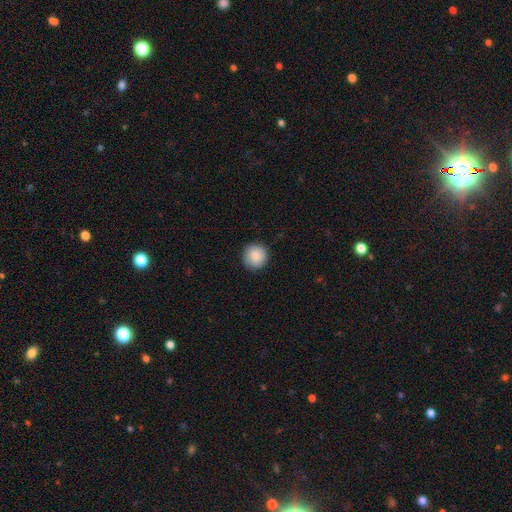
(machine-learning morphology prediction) Q: Smooth or featured?
A: smooth (85%); runner-up: featured or disk (8%)
Q: How rounded?
A: round (93%); runner-up: in between (6%)
Q: Merging?
A: none (86%); runner-up: minor disturbance (11%)